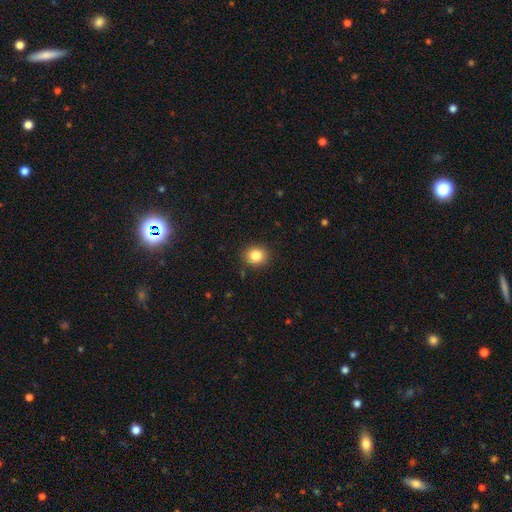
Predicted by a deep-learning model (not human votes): smooth 84%, star or artifact 10%, featured or disk 5%. Down the decision tree: how rounded — round (75%); merging — none (90%).